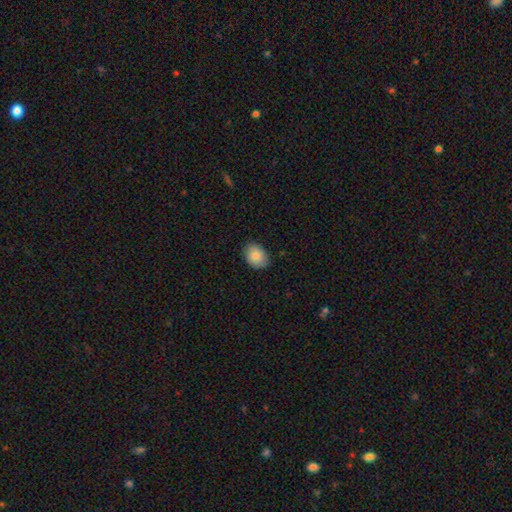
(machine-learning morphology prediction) smooth-or-featured: smooth: 85% | featured or disk: 8% | star or artifact: 7%
  how-rounded: in between: 68% | round: 31% | cigar-shaped: 1%
  merging: none: 85% | minor disturbance: 12% | major disturbance: 2% | merger: 1%